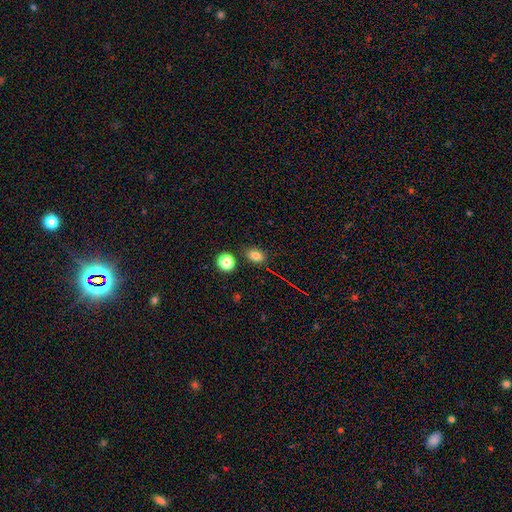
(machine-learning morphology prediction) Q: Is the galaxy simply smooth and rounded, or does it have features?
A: smooth — 79%.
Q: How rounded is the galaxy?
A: in between — 70%.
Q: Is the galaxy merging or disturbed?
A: none — 82%.